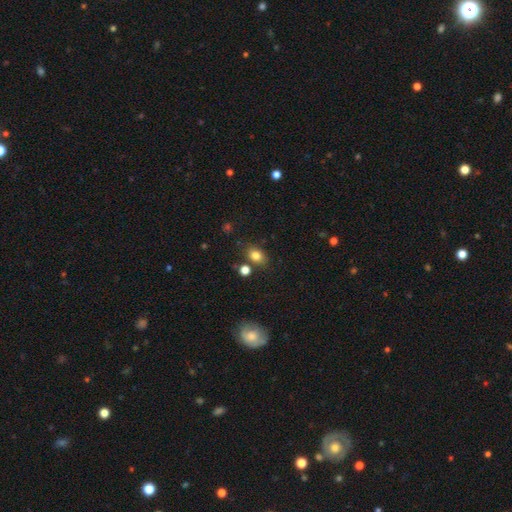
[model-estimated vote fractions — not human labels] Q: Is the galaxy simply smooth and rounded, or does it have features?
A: smooth — 81%.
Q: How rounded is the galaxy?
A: in between — 70%.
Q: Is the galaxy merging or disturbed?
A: none — 75%.